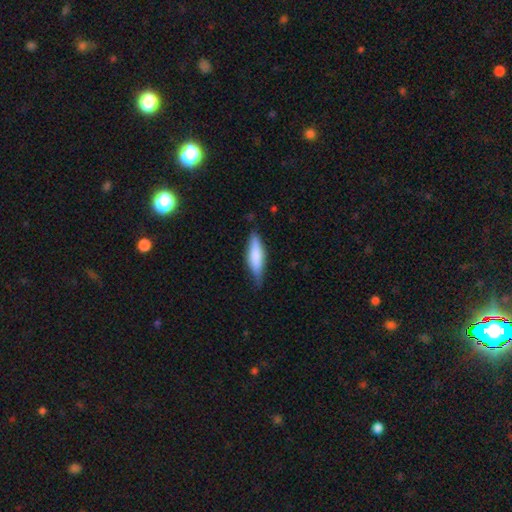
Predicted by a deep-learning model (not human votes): This is likely a smooth galaxy (70%). How rounded: likely cigar-shaped (60%). Merging: likely none (70%).